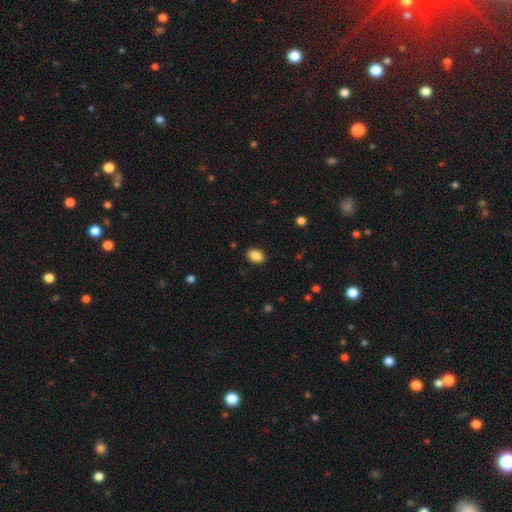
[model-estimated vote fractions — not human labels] Overall: smooth (88%). How rounded: in between (83%). Merging: none (89%).